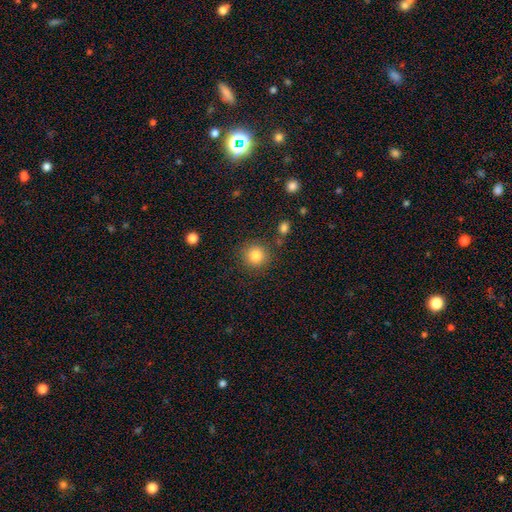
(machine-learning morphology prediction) smooth-or-featured: smooth: 83% | star or artifact: 10% | featured or disk: 6%
  how-rounded: round: 93% | in between: 6% | cigar-shaped: 1%
  merging: none: 86% | minor disturbance: 8% | merger: 3% | major disturbance: 3%